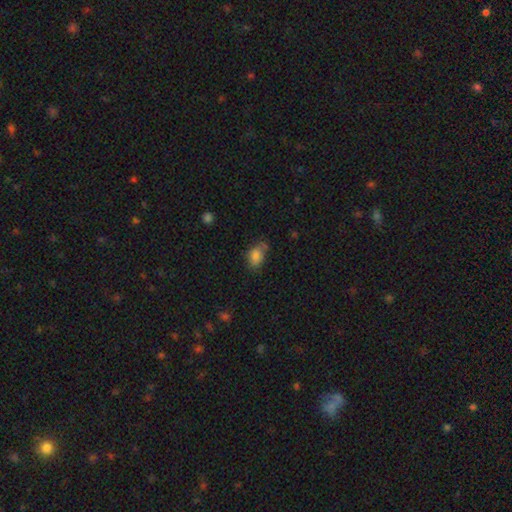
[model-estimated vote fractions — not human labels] Smooth or featured?
  - smooth: 82% *
  - star or artifact: 10%
  - featured or disk: 8%
How rounded?
  - in between: 82% *
  - round: 16%
  - cigar-shaped: 2%
Merging?
  - none: 54% *
  - minor disturbance: 31%
  - major disturbance: 9%
  - merger: 7%